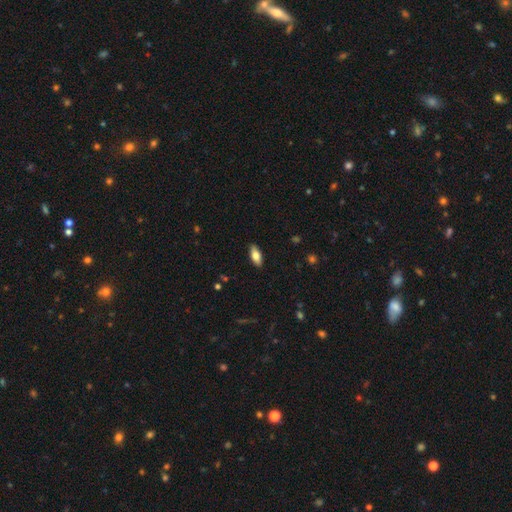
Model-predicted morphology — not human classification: This is likely a smooth galaxy (77%). How rounded: clearly in between (82%). Merging: clearly none (89%).